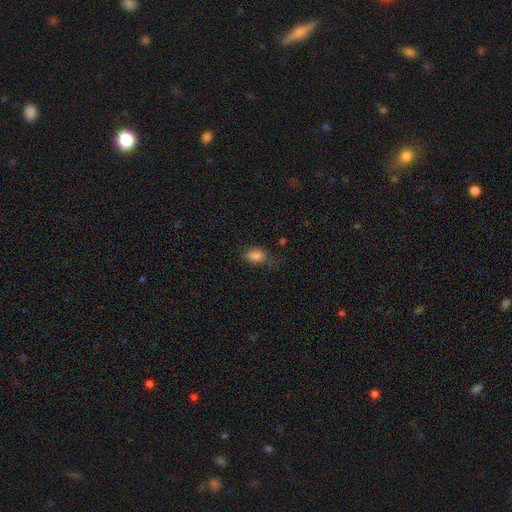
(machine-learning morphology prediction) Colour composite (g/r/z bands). It shows a smooth galaxy with no disk features (84%) that is in between round and cigar-shaped (84%). Merging: none (57%).